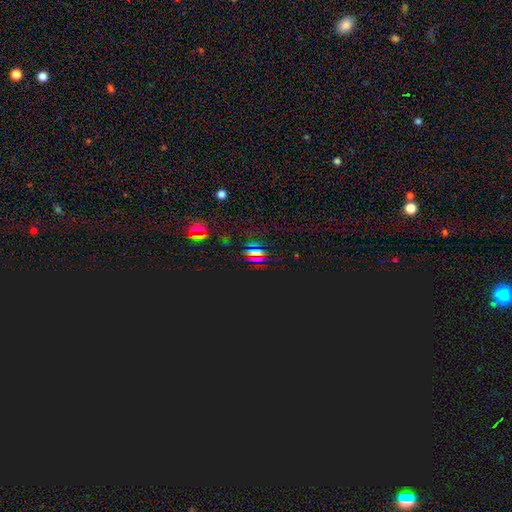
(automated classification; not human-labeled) A star or artifact, not a galaxy (76%).

Vote fractions:
- Smooth or featured? star or artifact: 76% / smooth: 14% / featured or disk: 10%